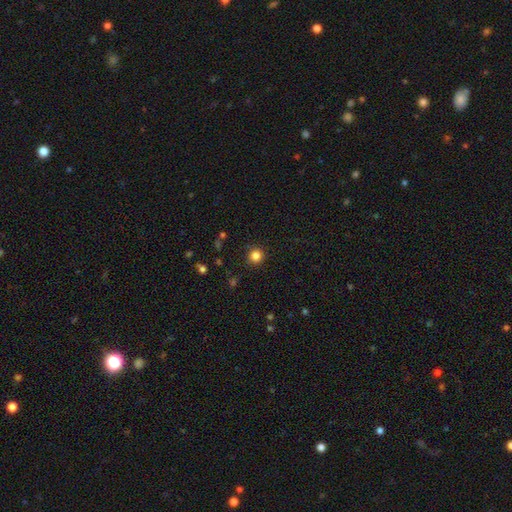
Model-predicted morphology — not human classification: smooth-or-featured: smooth: 84% | star or artifact: 12% | featured or disk: 4%
  how-rounded: round: 91% | in between: 8% | cigar-shaped: 1%
  merging: none: 90% | minor disturbance: 7% | major disturbance: 2% | merger: 1%